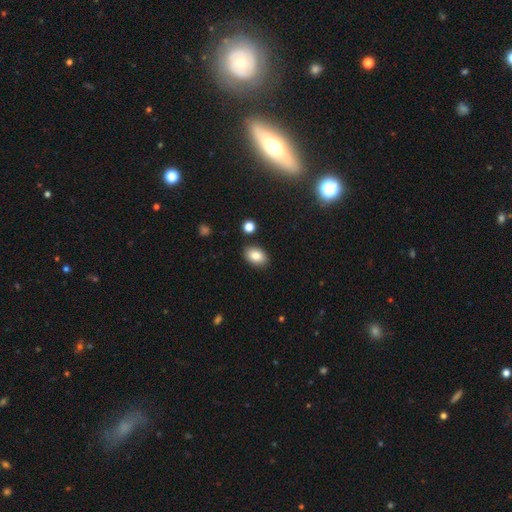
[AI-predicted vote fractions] Smooth or featured? Predicted: smooth (p=0.84). How rounded? Predicted: in between (p=0.85). Merging? Predicted: none (p=0.86).